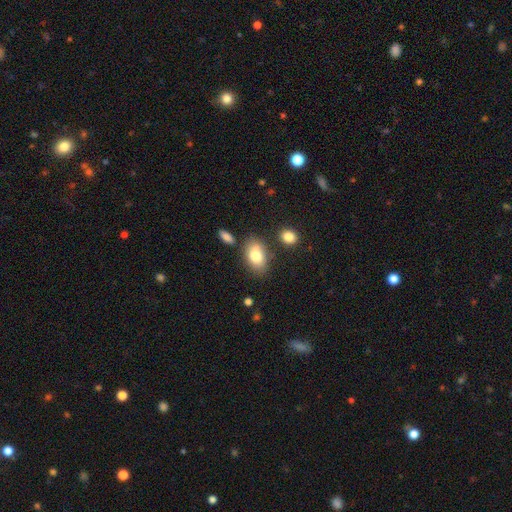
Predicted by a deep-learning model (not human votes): Q: Smooth or featured?
A: smooth (81%); runner-up: featured or disk (12%)
Q: How rounded?
A: in between (90%); runner-up: round (8%)
Q: Merging?
A: none (71%); runner-up: minor disturbance (16%)